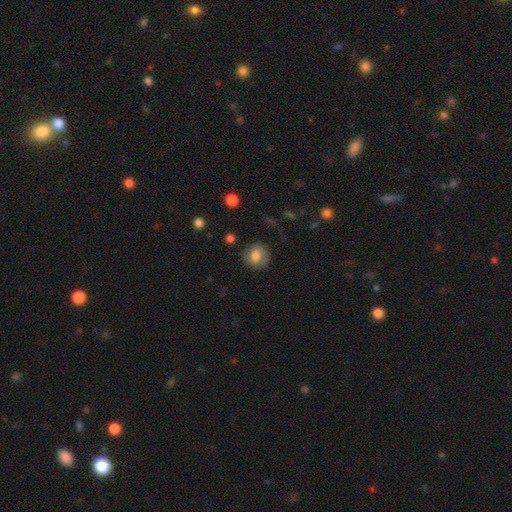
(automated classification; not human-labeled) This is likely a smooth galaxy (72%). How rounded: likely round (78%). Merging: likely none (79%).